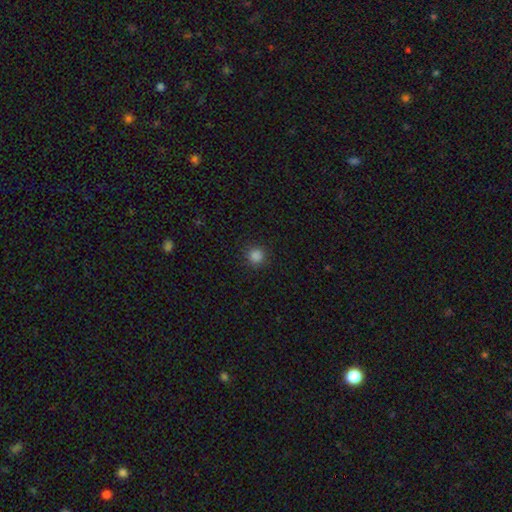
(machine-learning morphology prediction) Smooth or featured? Predicted: smooth (p=0.85). How rounded? Predicted: round (p=0.93). Merging? Predicted: none (p=0.89).